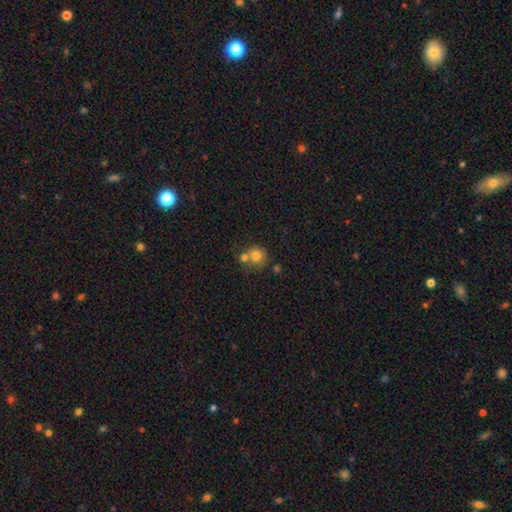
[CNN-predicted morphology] type=smooth (76%); roundness=round (87%); merging=none (47%).